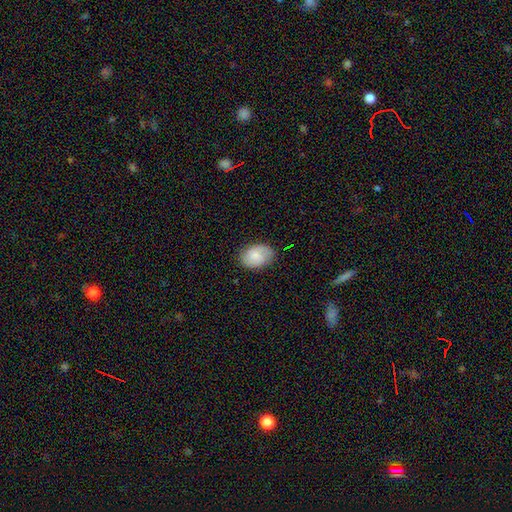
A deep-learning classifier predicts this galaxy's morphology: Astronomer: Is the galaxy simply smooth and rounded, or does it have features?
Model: smooth — 64%.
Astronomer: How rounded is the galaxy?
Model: in between — 79%.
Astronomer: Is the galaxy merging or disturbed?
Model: none — 78%.